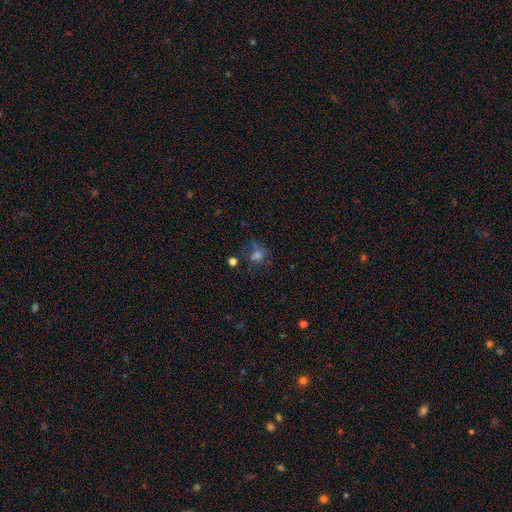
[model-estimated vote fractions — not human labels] This is possibly a smooth galaxy (45%). Merging: possibly none (49%).